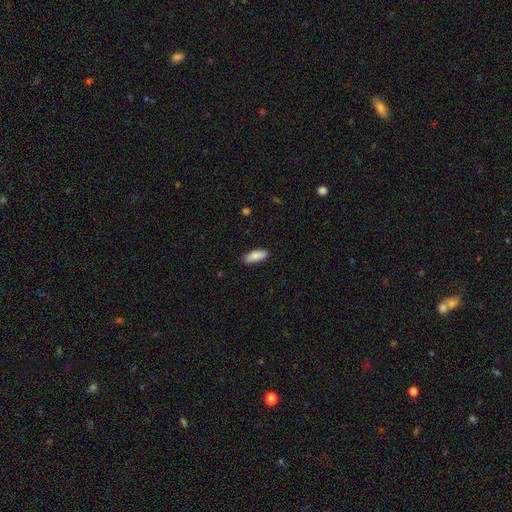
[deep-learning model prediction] This is clearly a smooth galaxy (85%). How rounded: likely in between (79%). Merging: clearly none (84%).